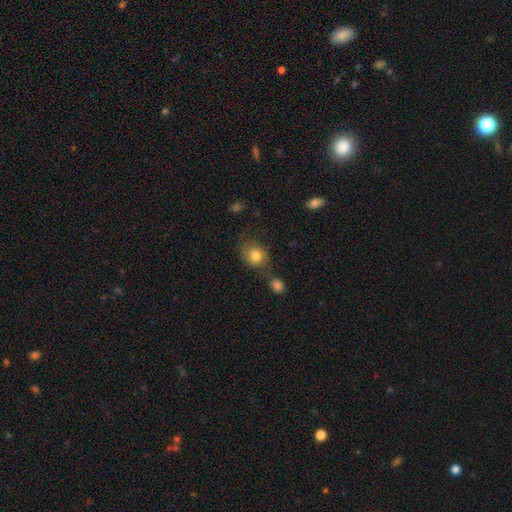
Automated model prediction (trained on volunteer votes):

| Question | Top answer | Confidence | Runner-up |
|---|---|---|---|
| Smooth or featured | smooth | 79% | featured or disk (11%) |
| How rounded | round | 68% | in between (31%) |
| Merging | none | 55% | merger (20%) |